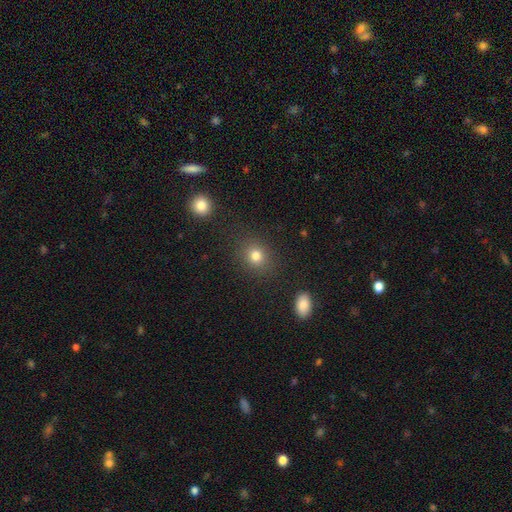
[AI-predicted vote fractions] Overall: smooth (80%). How rounded: round (73%). Merging: none (85%).